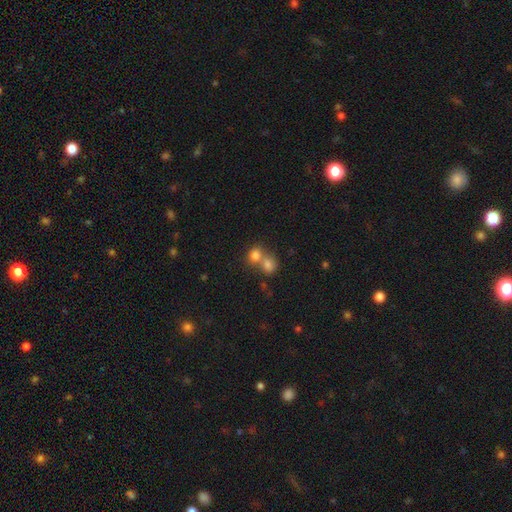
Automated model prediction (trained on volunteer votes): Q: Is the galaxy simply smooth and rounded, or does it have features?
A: smooth — 78%.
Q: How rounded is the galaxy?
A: round — 66%.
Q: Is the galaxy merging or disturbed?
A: merger — 59%.